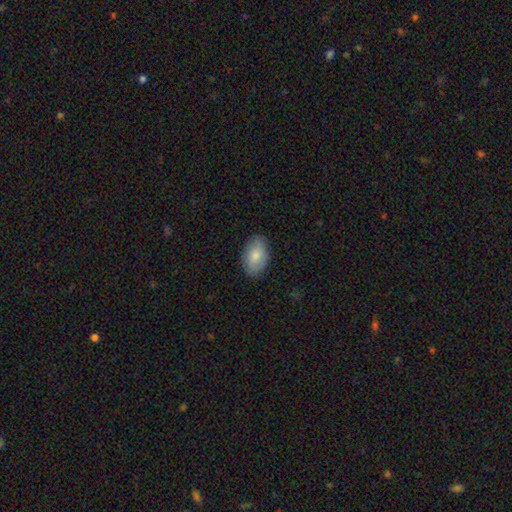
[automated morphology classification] A smooth galaxy with no disk features (84%) that is in between round and cigar-shaped (92%).

Vote fractions:
- Smooth or featured? smooth: 84% / featured or disk: 10% / star or artifact: 6%
- How rounded? in between: 92% / round: 7% / cigar-shaped: 1%
- Merging? none: 86% / minor disturbance: 11% / major disturbance: 2% / merger: 1%